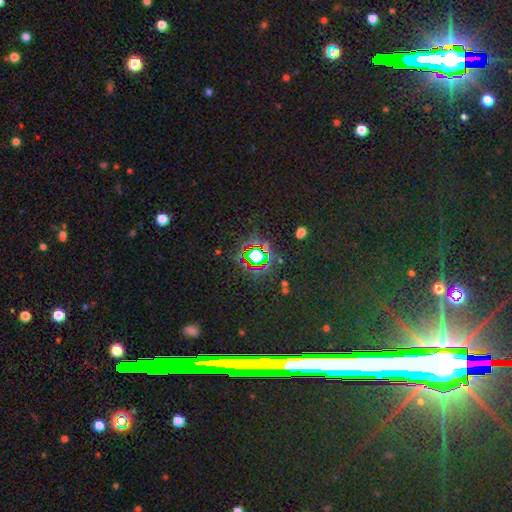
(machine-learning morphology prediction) A star or artifact, not a galaxy (75%).

Vote fractions:
- Smooth or featured? star or artifact: 75% / smooth: 16% / featured or disk: 10%